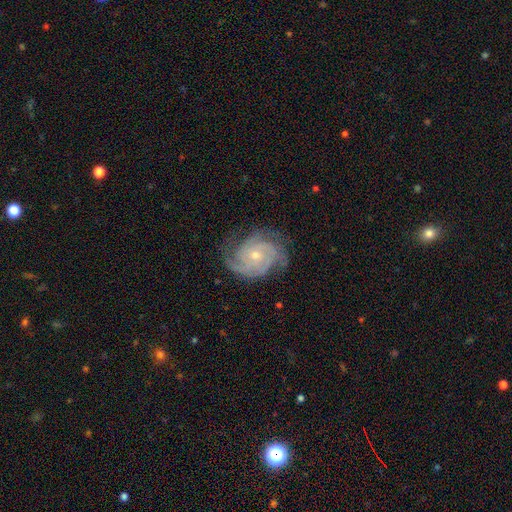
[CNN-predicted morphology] Q: Smooth or featured?
A: featured or disk (89%); runner-up: smooth (6%)
Q: Edge-on disk?
A: no (98%); runner-up: yes (2%)
Q: Bar?
A: no (76%); runner-up: weak (20%)
Q: Spiral arms?
A: yes (98%); runner-up: no (2%)
Q: Spiral winding?
A: tight (62%); runner-up: medium (32%)
Q: Spiral arm count?
A: 3 (43%); runner-up: 2 (16%)
Q: Bulge size?
A: small (66%); runner-up: moderate (31%)
Q: Merging?
A: none (74%); runner-up: minor disturbance (18%)